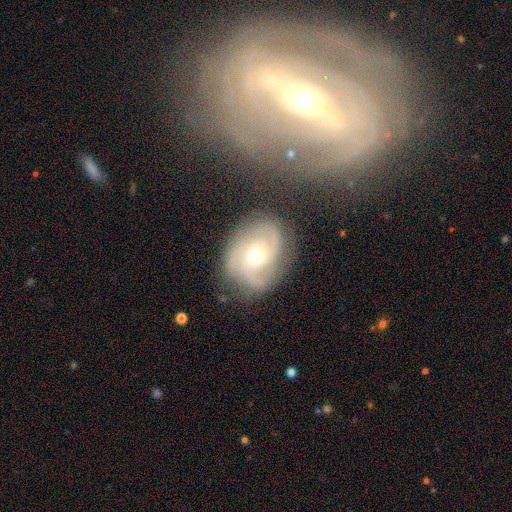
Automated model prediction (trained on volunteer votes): featured or disk 86%, smooth 9%, star or artifact 6%. Down the decision tree: edge-on disk — no (98%); bar — no (62%); spiral arms — yes (97%); spiral arm count — 3 (51%); spiral winding — tight (51%); bulge size — small (50%); merging — none (77%).